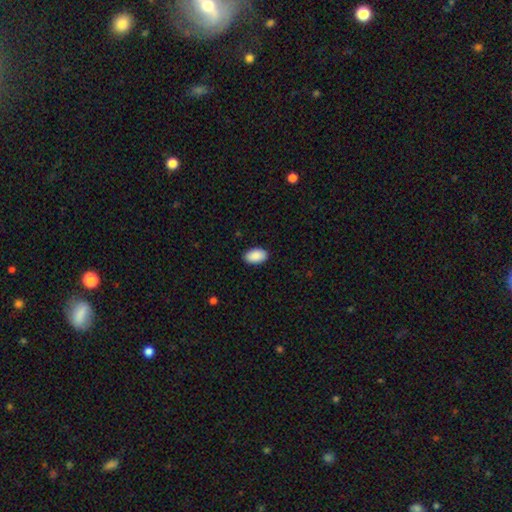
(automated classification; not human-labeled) Smooth or featured?
  - smooth: 91% *
  - star or artifact: 6%
  - featured or disk: 3%
How rounded?
  - in between: 94% *
  - round: 5%
  - cigar-shaped: 1%
Merging?
  - none: 90% *
  - minor disturbance: 8%
  - major disturbance: 2%
  - merger: 1%